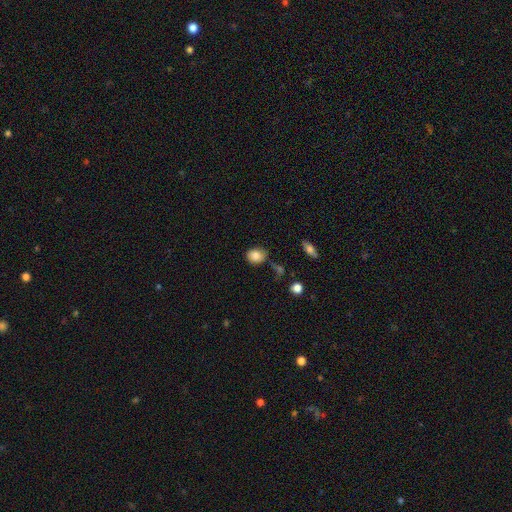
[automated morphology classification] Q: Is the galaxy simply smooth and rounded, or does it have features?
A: smooth — 84%.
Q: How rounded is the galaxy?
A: in between — 53%.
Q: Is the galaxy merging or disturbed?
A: none — 64%.